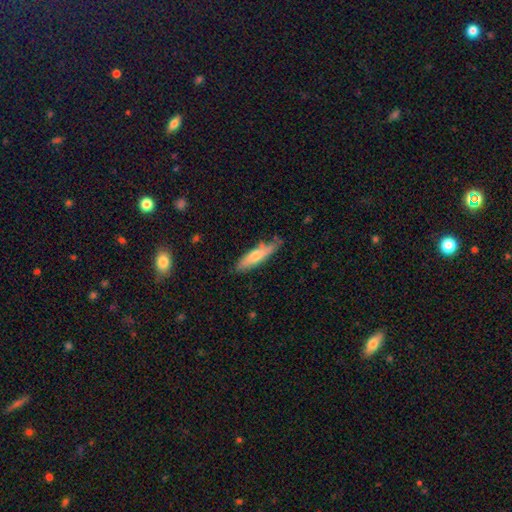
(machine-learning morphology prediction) The model was most divided on "smooth or featured": smooth: 62%, featured or disk: 32%, star or artifact: 6%. More confident: how rounded — cigar-shaped (78%); merging — none (73%).